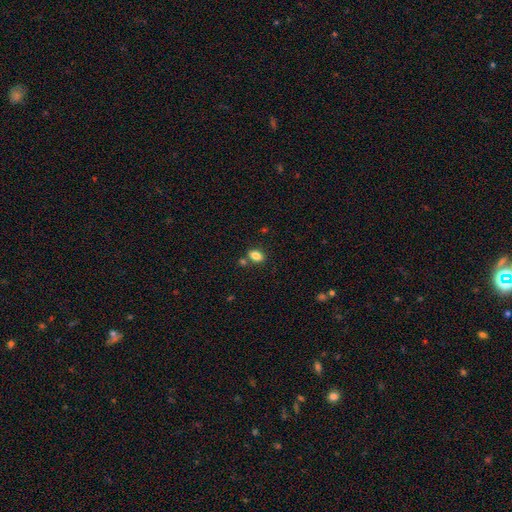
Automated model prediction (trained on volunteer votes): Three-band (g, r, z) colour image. It shows a smooth galaxy with no disk features (84%) that is in between round and cigar-shaped (80%). Merging: none (70%).